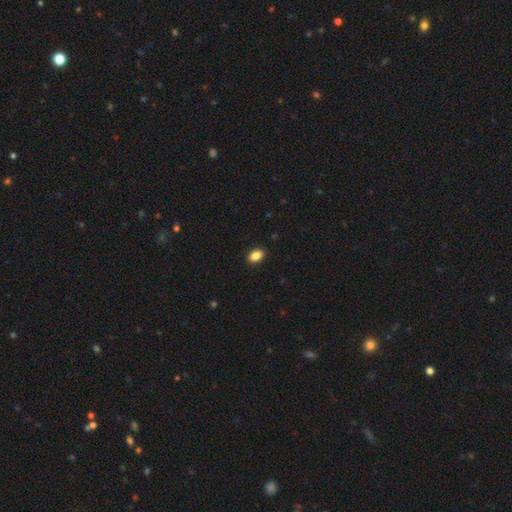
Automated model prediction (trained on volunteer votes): Overall: smooth (86%). How rounded: in between (79%). Merging: none (91%).